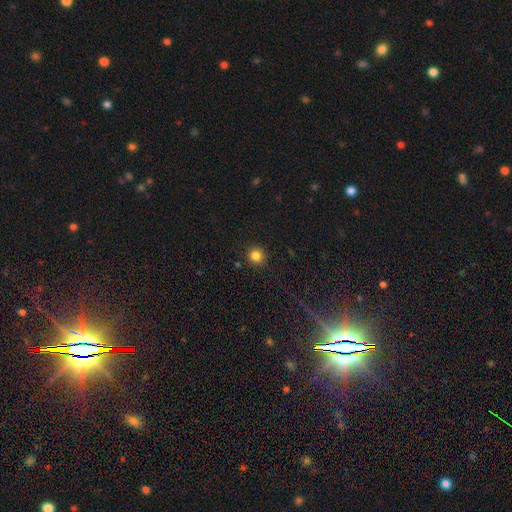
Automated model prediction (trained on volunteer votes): Smooth or featured: smooth — 84% (star or artifact — 12%)
How rounded: round — 91% (in between — 8%)
Merging: none — 90% (minor disturbance — 7%)